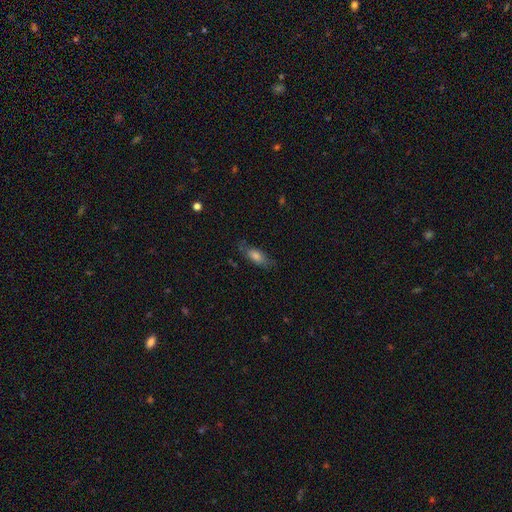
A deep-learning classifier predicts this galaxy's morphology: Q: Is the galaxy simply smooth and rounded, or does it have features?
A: smooth — 65%.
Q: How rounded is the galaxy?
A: in between — 65%.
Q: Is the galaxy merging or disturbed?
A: none — 71%.